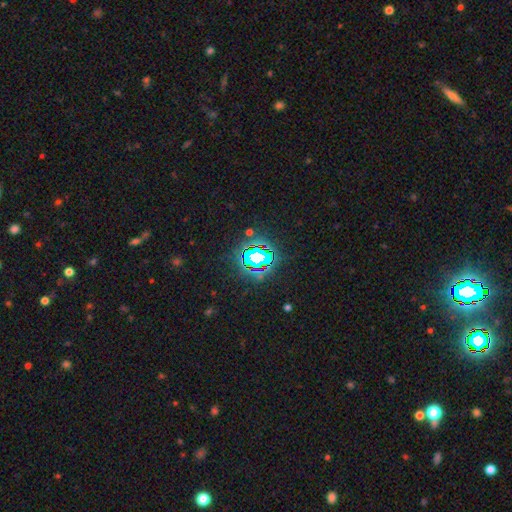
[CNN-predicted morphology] Smooth or featured?
  - star or artifact: 73% *
  - smooth: 15%
  - featured or disk: 12%